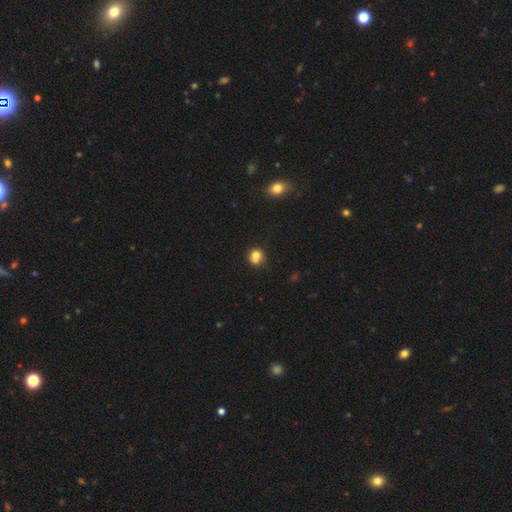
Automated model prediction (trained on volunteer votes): Smooth or featured: smooth — 76% (featured or disk — 13%)
How rounded: round — 74% (in between — 25%)
Merging: none — 46% (merger — 33%)